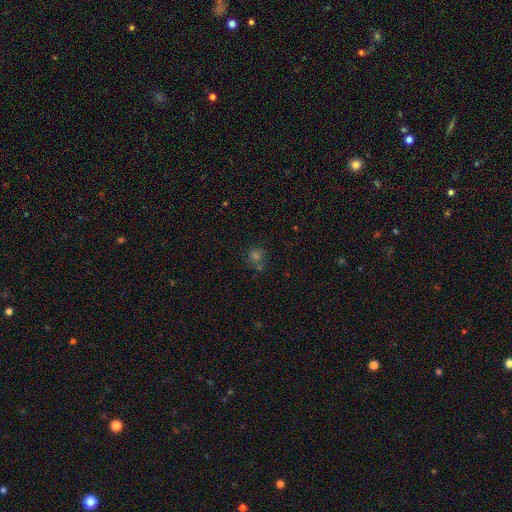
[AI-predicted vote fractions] This is possibly a smooth galaxy (56%). How rounded: clearly round (85%). Merging: likely none (67%).